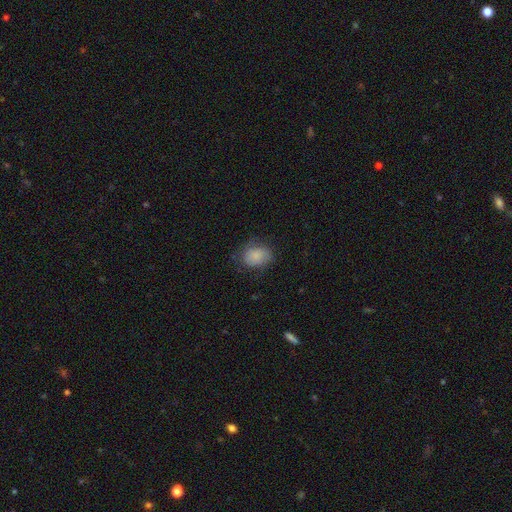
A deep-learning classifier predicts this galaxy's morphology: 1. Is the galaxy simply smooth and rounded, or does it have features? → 77% smooth, 15% featured or disk, 8% star or artifact.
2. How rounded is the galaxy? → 58% in between, 41% round, 1% cigar-shaped.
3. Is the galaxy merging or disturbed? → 63% none, 25% minor disturbance, 11% major disturbance, 1% merger.